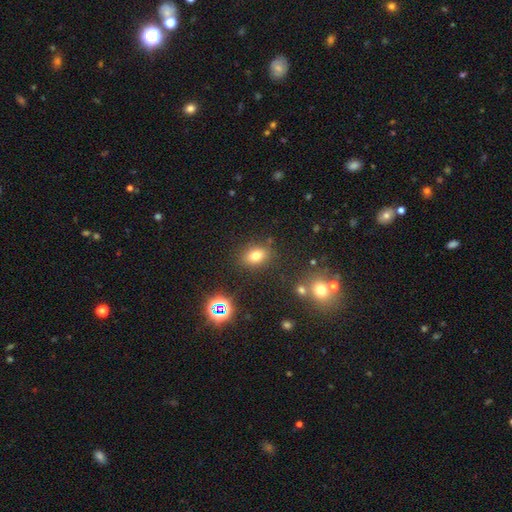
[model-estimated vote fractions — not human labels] Smooth or featured? smooth (73%)
How rounded? in between (64%)
Merging? none (82%)